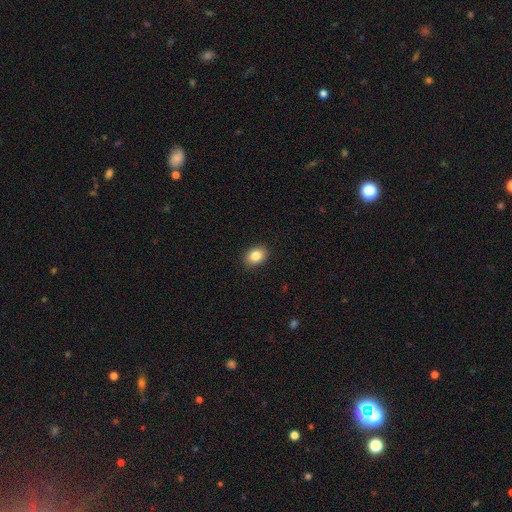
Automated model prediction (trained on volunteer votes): Overall: smooth (85%). How rounded: in between (71%). Merging: none (90%).